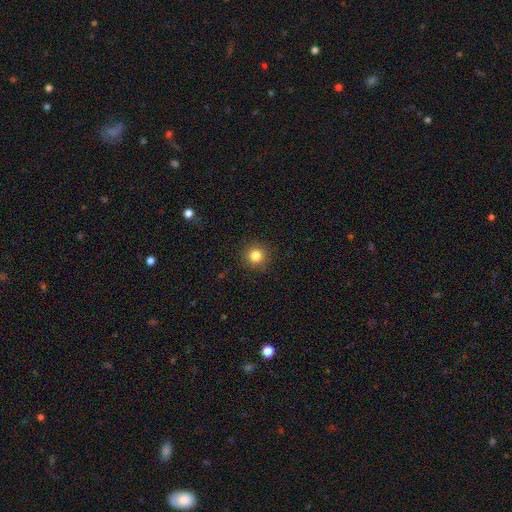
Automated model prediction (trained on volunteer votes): A smooth galaxy with no disk features (83%) that is round (95%).

Vote fractions:
- Smooth or featured? smooth: 83% / star or artifact: 12% / featured or disk: 5%
- How rounded? round: 95% / in between: 4% / cigar-shaped: 1%
- Merging? none: 91% / minor disturbance: 6% / major disturbance: 2% / merger: 1%